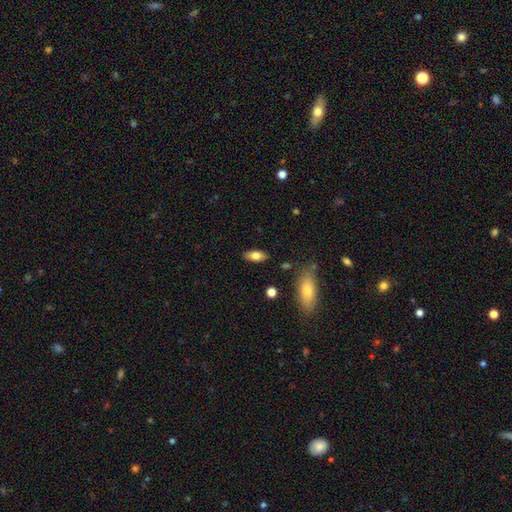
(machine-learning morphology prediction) smooth-or-featured: smooth: 77% | featured or disk: 15% | star or artifact: 8%
  how-rounded: in between: 85% | cigar-shaped: 12% | round: 3%
  merging: none: 85% | minor disturbance: 11% | major disturbance: 3% | merger: 2%